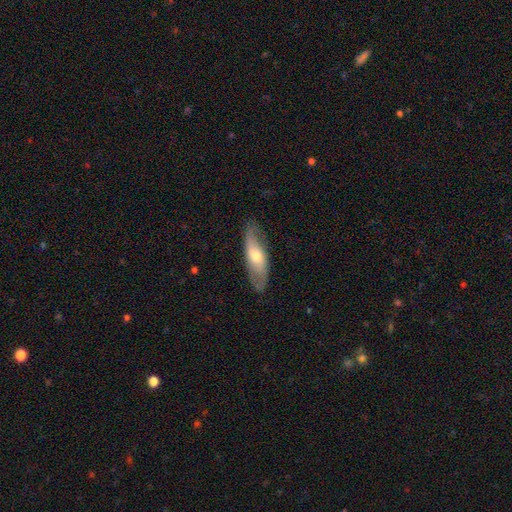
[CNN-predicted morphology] A featured or disk galaxy (52%). Merging: none (78%).